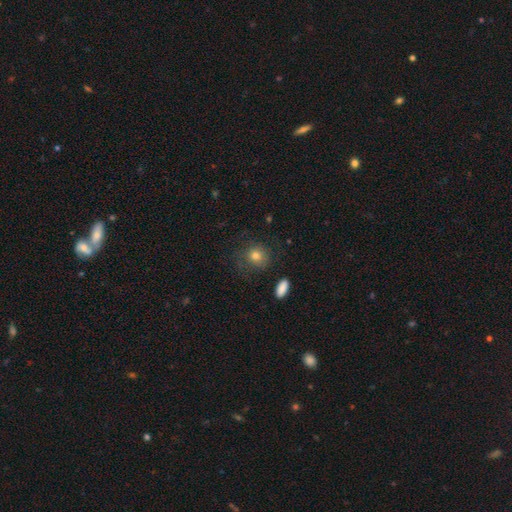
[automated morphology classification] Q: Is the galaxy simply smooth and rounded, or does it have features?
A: smooth — 77%.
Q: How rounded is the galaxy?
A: round — 80%.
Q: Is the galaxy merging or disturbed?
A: none — 74%.